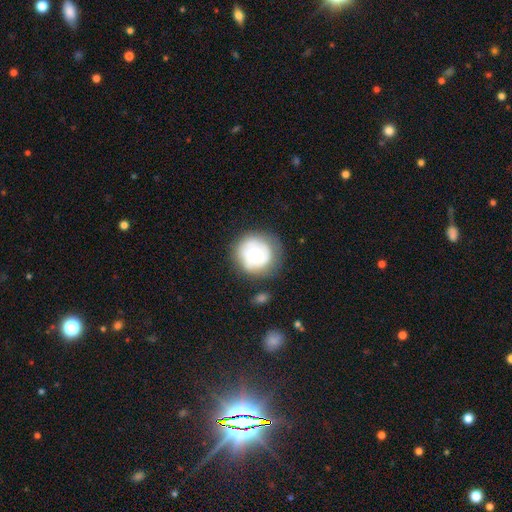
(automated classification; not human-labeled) Smooth or featured?
  - smooth: 50% *
  - featured or disk: 43%
  - star or artifact: 7%
Merging?
  - none: 65% *
  - minor disturbance: 22%
  - major disturbance: 10%
  - merger: 3%